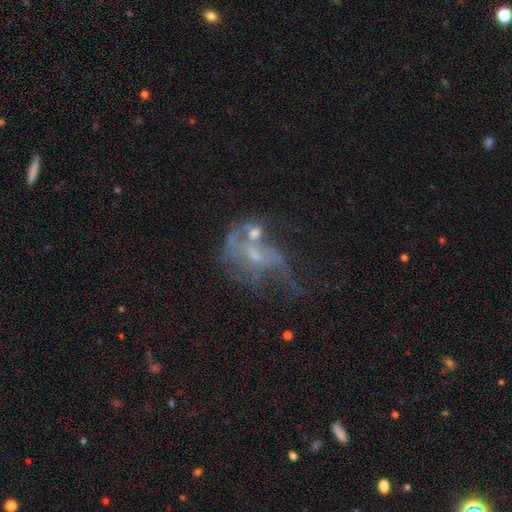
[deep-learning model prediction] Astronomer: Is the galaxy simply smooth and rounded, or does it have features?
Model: featured or disk — 62%.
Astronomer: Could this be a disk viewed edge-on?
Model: no — 96%.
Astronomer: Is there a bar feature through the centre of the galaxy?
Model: no — 71%.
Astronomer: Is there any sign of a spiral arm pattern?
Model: no — 62% (runner-up: yes, 38%).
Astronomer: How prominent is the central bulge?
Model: small — 47% (runner-up: none, 28%).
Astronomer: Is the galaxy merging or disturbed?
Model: major disturbance — 34% (runner-up: merger, 26%).